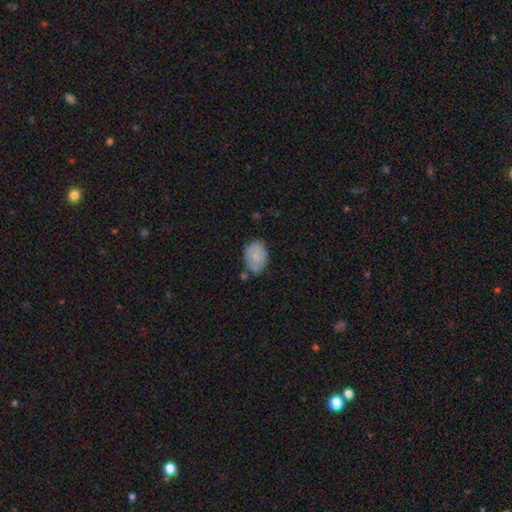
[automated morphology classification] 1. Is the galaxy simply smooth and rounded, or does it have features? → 74% smooth, 19% featured or disk, 7% star or artifact.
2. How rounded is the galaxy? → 79% in between, 20% round, 1% cigar-shaped.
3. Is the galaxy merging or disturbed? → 64% none, 24% minor disturbance, 6% merger, 5% major disturbance.